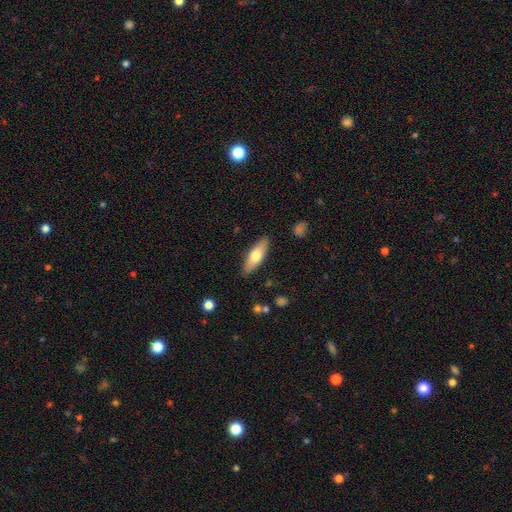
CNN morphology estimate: Smooth or featured?
  - smooth: 65% *
  - featured or disk: 29%
  - star or artifact: 6%
How rounded?
  - in between: 56% *
  - cigar-shaped: 42%
  - round: 2%
Merging?
  - none: 87% *
  - minor disturbance: 10%
  - major disturbance: 2%
  - merger: 1%